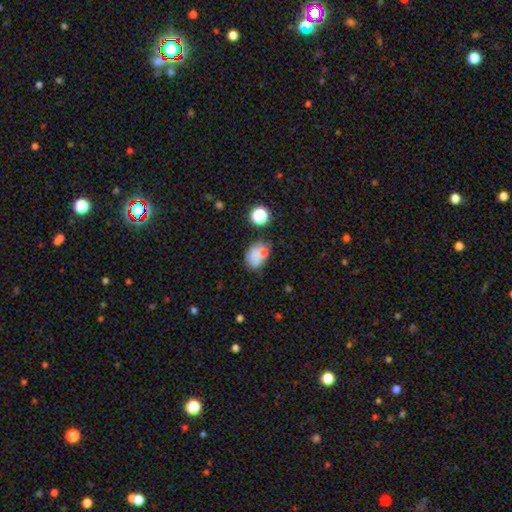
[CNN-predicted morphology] Smooth or featured?
  - smooth: 72% *
  - featured or disk: 15%
  - star or artifact: 13%
How rounded?
  - in between: 73% *
  - round: 25%
  - cigar-shaped: 1%
Merging?
  - none: 44% *
  - merger: 25%
  - minor disturbance: 22%
  - major disturbance: 10%